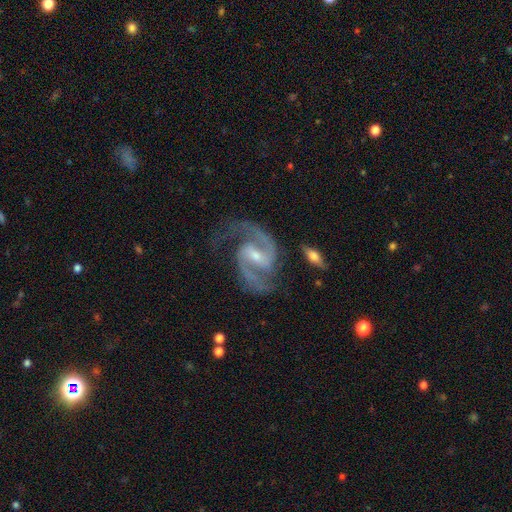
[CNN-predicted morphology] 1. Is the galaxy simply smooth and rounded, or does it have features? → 93% featured or disk, 4% star or artifact, 3% smooth.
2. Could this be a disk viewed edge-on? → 98% no, 2% yes.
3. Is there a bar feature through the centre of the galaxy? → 50% weak, 34% strong, 16% no.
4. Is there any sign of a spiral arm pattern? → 98% yes, 2% no.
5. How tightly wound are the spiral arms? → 67% medium, 17% tight, 16% loose.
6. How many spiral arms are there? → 93% 2, 2% 3, 2% can't tell, 1% 1, 1% 4, 1% more than 4.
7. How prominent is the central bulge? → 56% small, 38% moderate, 3% none, 2% large, 1% dominant.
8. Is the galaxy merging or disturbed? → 74% none, 16% minor disturbance, 8% major disturbance, 3% merger.